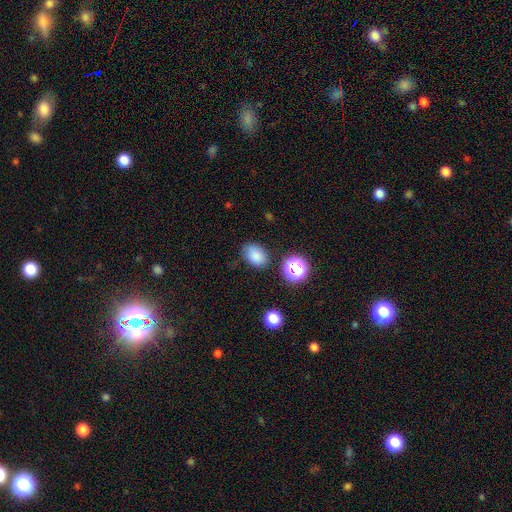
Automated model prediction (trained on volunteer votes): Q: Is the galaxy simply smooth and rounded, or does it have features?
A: smooth — 81%.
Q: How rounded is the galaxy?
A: in between — 77%.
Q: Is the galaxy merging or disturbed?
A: none — 76%.